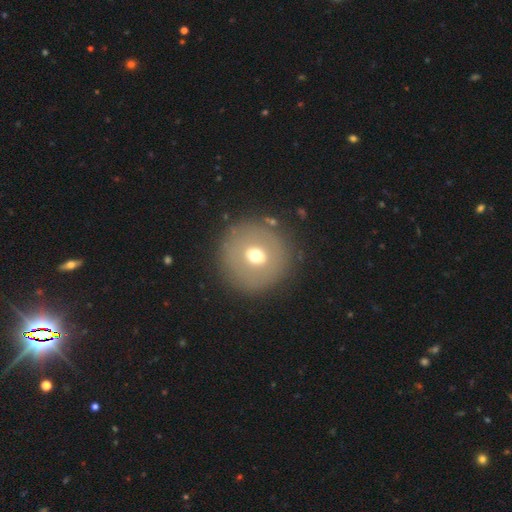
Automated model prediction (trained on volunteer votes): smooth_or_featured: smooth (p=0.58) [alt: featured or disk p=0.30]
how_rounded: round (p=0.93) [alt: in between p=0.06]
merging: none (p=0.86) [alt: minor disturbance p=0.08]